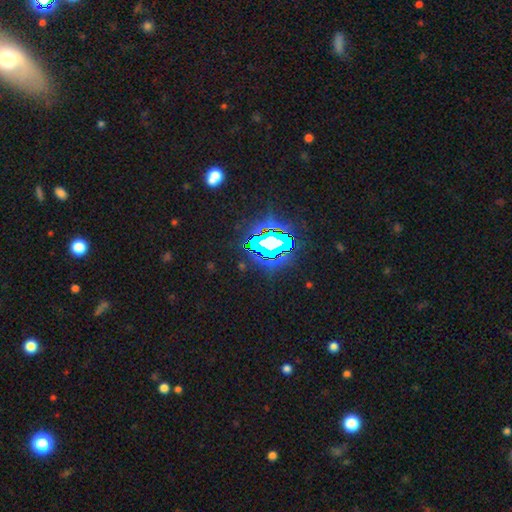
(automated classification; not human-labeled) Morphology: type=star or artifact (84%).